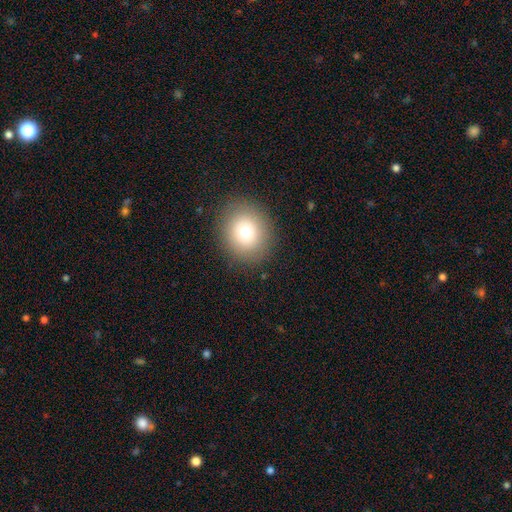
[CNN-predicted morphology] A smooth galaxy with no disk features (74%) that is round (74%).

Vote fractions:
- Smooth or featured? smooth: 74% / featured or disk: 13% / star or artifact: 13%
- How rounded? round: 74% / in between: 25% / cigar-shaped: 1%
- Merging? none: 89% / minor disturbance: 7% / major disturbance: 3% / merger: 1%